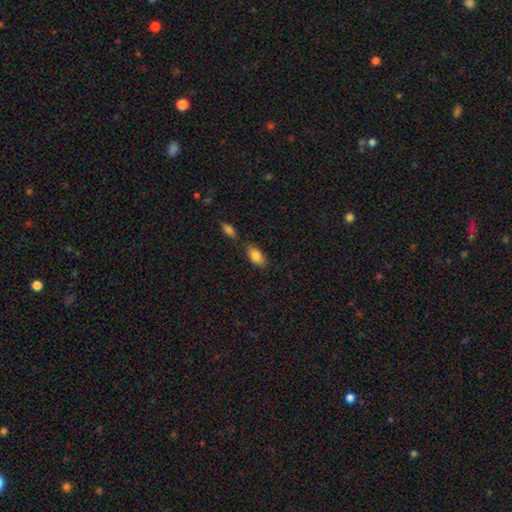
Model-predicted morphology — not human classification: A smooth galaxy with no disk features (83%) that is in between round and cigar-shaped (91%).

Vote fractions:
- Smooth or featured? smooth: 83% / featured or disk: 9% / star or artifact: 8%
- How rounded? in between: 91% / cigar-shaped: 5% / round: 4%
- Merging? none: 71% / minor disturbance: 15% / merger: 10% / major disturbance: 3%